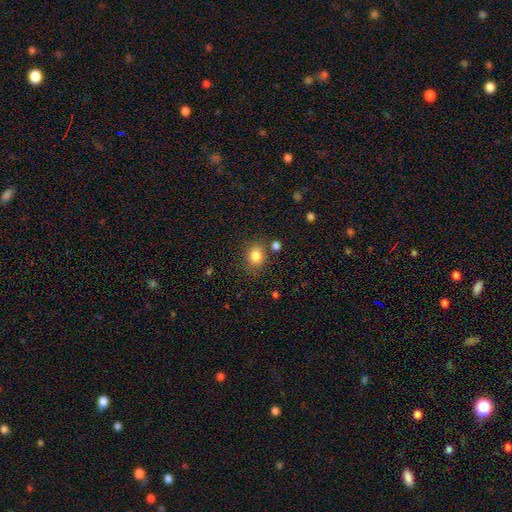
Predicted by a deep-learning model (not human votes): Smooth or featured: smooth — 84% (star or artifact — 11%)
How rounded: round — 58% (in between — 41%)
Merging: none — 78% (minor disturbance — 12%)